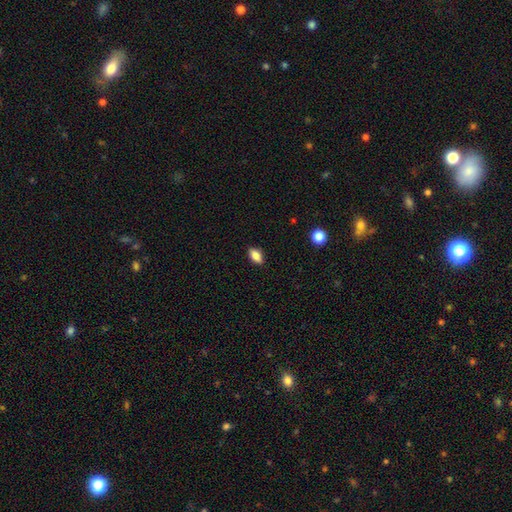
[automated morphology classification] Overall: smooth (83%). How rounded: in between (87%). Merging: none (88%).